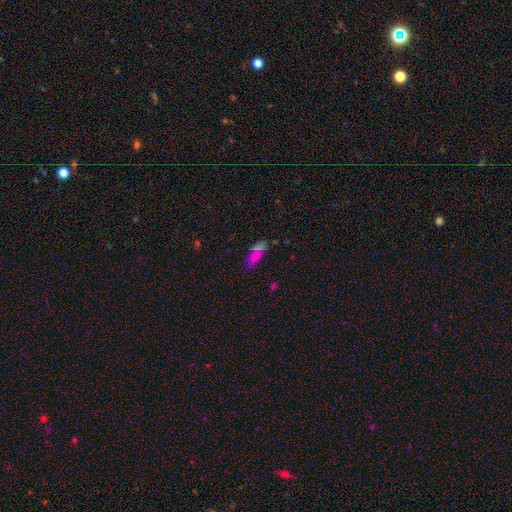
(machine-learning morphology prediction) Smooth or featured? smooth (67%)
How rounded? in between (71%)
Merging? none (69%)